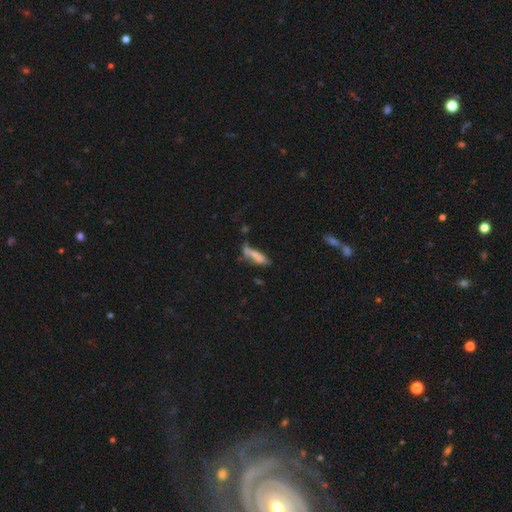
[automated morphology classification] Smooth or featured? smooth (68%)
How rounded? cigar-shaped (70%)
Merging? none (43%)